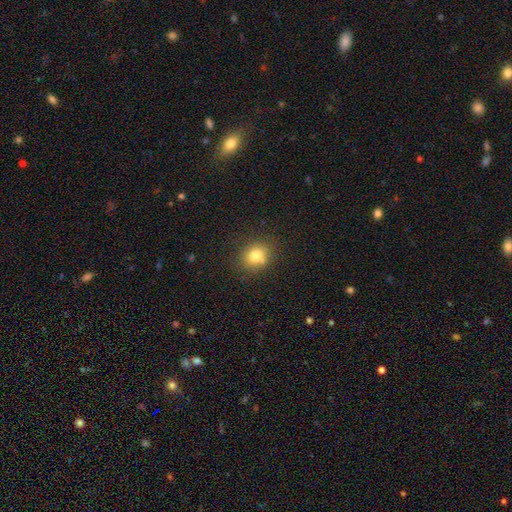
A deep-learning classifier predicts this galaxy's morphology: Smooth or featured? smooth (78%)
How rounded? round (64%)
Merging? none (73%)